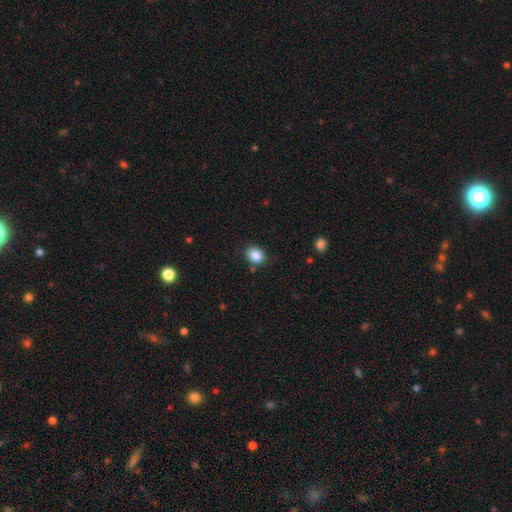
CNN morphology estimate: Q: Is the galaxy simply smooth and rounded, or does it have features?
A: smooth — 86%.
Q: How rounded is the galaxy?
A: round — 51%.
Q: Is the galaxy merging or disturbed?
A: none — 83%.